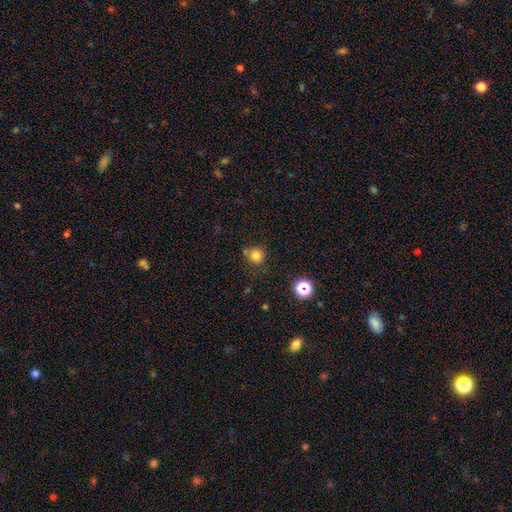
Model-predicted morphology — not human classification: A smooth galaxy with no disk features (79%) that is round (91%). Merging: none (72%).